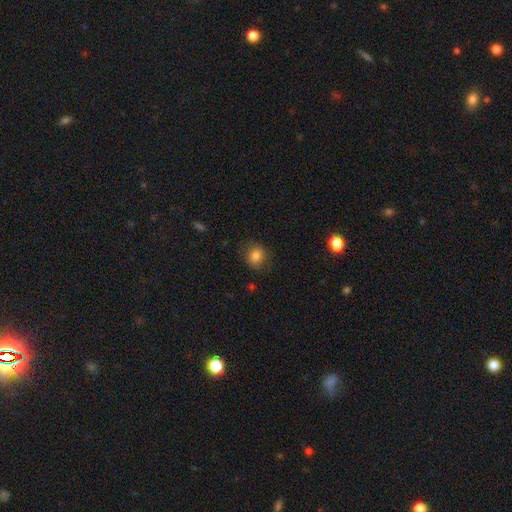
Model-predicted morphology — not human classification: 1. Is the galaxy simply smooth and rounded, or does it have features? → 81% smooth, 10% star or artifact, 8% featured or disk.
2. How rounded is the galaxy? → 75% round, 24% in between, 1% cigar-shaped.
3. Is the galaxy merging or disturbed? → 80% none, 15% minor disturbance, 5% major disturbance, 1% merger.